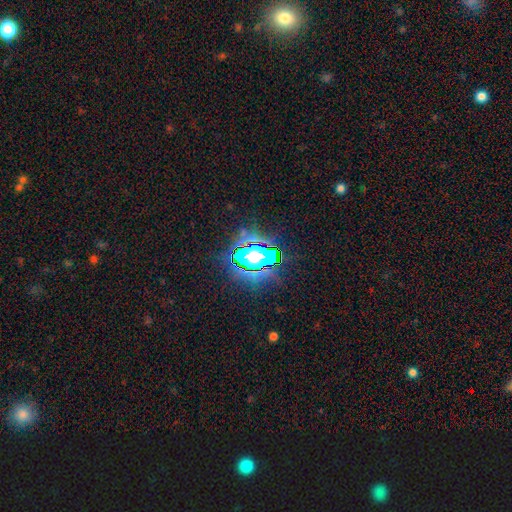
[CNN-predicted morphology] smooth_or_featured: star or artifact (p=0.81) [alt: smooth p=0.11]